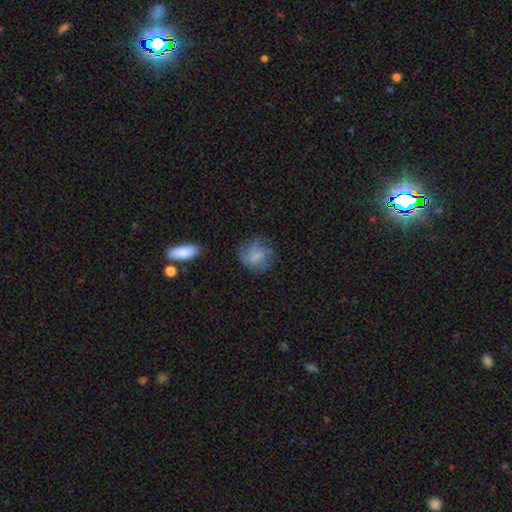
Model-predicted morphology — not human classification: Smooth or featured? Predicted: smooth (p=0.53). How rounded? Predicted: round (p=0.73). Merging? Predicted: none (p=0.59).